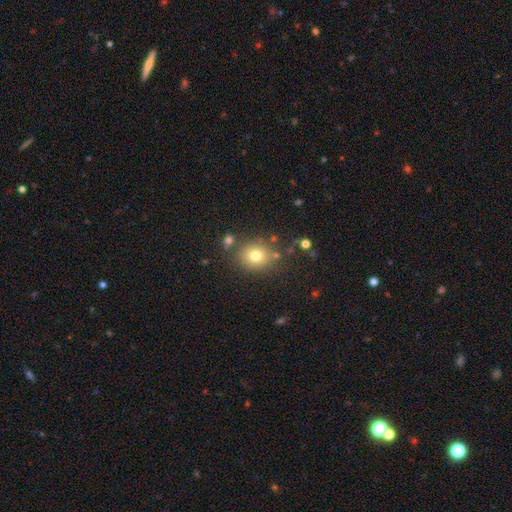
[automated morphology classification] smooth_or_featured: smooth (p=0.76) [alt: star or artifact p=0.14]
how_rounded: round (p=0.79) [alt: in between p=0.20]
merging: none (p=0.78) [alt: minor disturbance p=0.11]